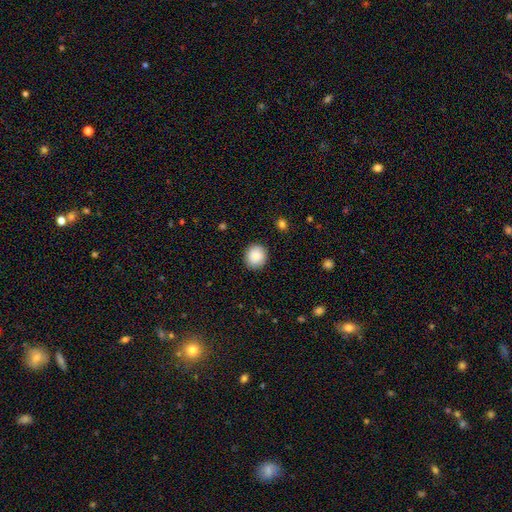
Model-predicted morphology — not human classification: Smooth or featured? Predicted: smooth (p=0.87). How rounded? Predicted: round (p=0.89). Merging? Predicted: none (p=0.90).